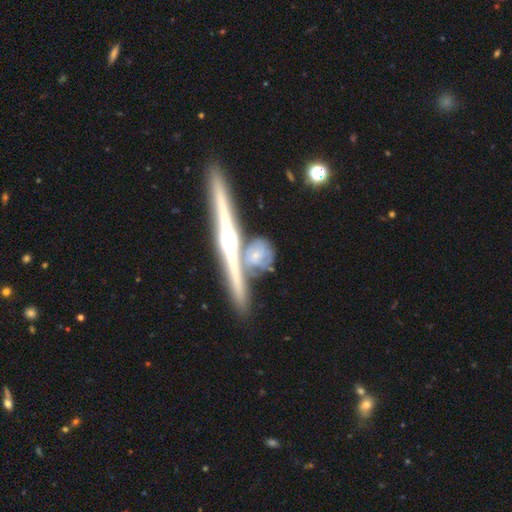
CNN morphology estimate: A featured or disk galaxy (65%) viewed edge-on (76%). Merging: none (58%).